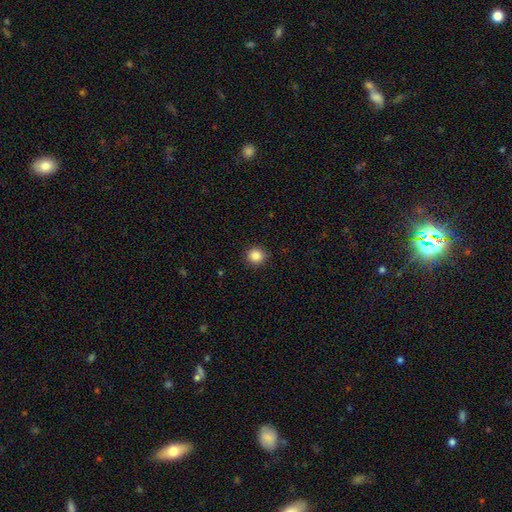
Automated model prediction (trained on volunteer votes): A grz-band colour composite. It shows a smooth galaxy with no disk features (86%) that is round (93%). Merging: none (92%).